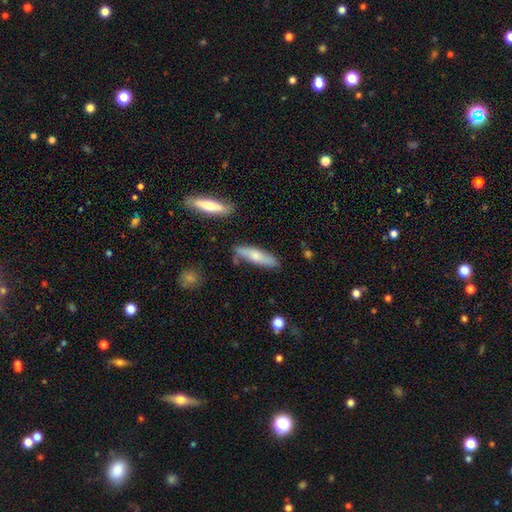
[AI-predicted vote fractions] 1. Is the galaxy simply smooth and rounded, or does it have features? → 60% smooth, 34% featured or disk, 6% star or artifact.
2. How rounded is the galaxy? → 69% cigar-shaped, 29% in between, 2% round.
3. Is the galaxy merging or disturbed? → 78% none, 15% minor disturbance, 4% merger, 3% major disturbance.